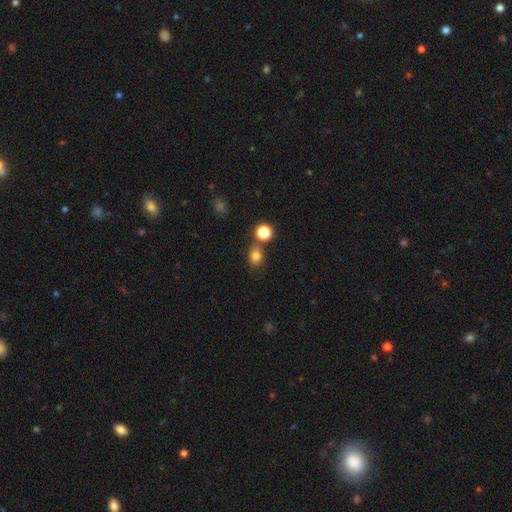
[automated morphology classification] Smooth or featured: smooth — 79% (star or artifact — 14%)
How rounded: round — 54% (in between — 45%)
Merging: none — 66% (merger — 18%)